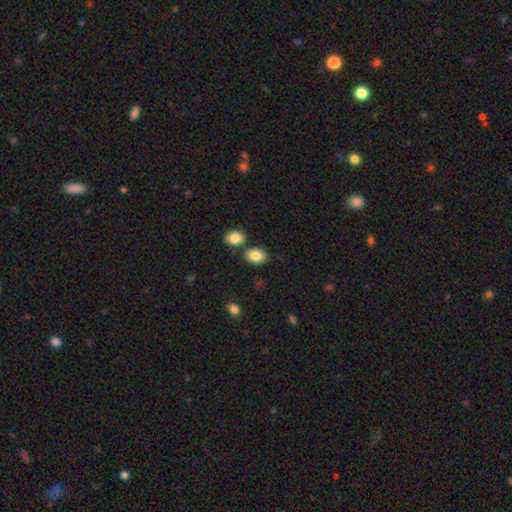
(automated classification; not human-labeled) smooth 85%, star or artifact 8%, featured or disk 7%. Down the decision tree: how rounded — in between (78%); merging — none (73%).